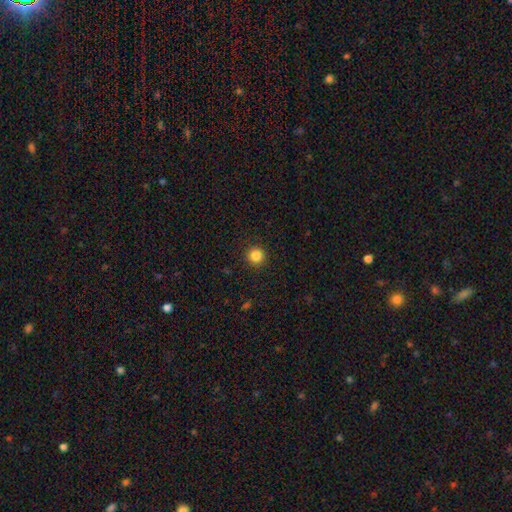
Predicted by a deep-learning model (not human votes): Smooth or featured? smooth (85%)
How rounded? round (94%)
Merging? none (92%)